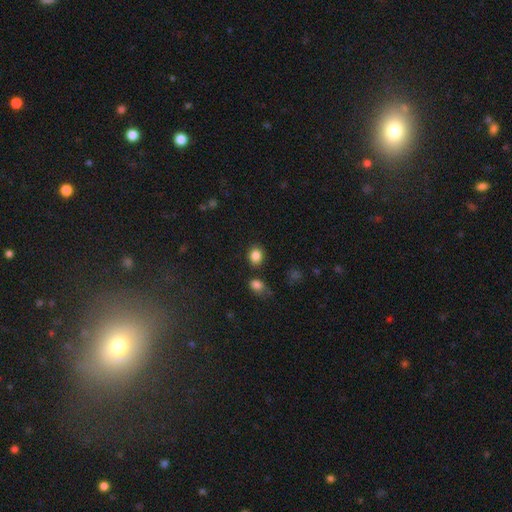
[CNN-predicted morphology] Smooth or featured: smooth — 85% (star or artifact — 10%)
How rounded: round — 55% (in between — 44%)
Merging: none — 81% (minor disturbance — 11%)